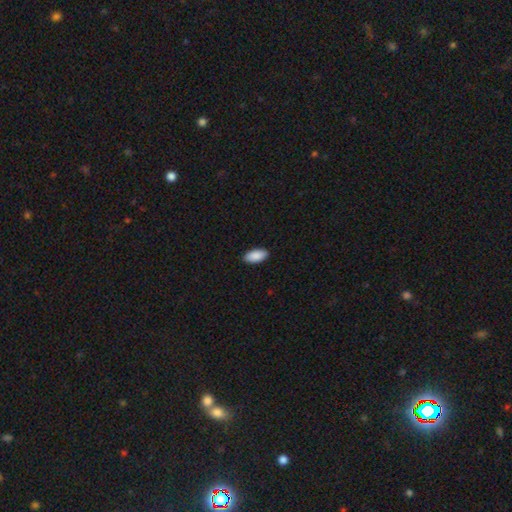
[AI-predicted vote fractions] A smooth galaxy with no disk features (90%) that is in between round and cigar-shaped (93%). Merging: none (90%).